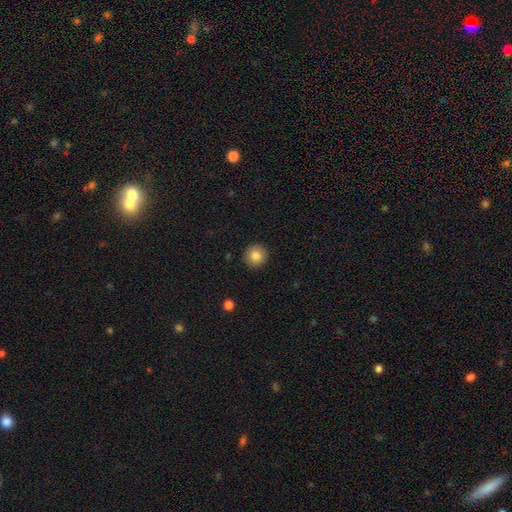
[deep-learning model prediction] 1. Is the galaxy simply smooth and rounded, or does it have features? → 84% smooth, 9% star or artifact, 7% featured or disk.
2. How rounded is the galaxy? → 94% round, 5% in between, 1% cigar-shaped.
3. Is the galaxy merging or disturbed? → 92% none, 5% minor disturbance, 2% major disturbance, 1% merger.